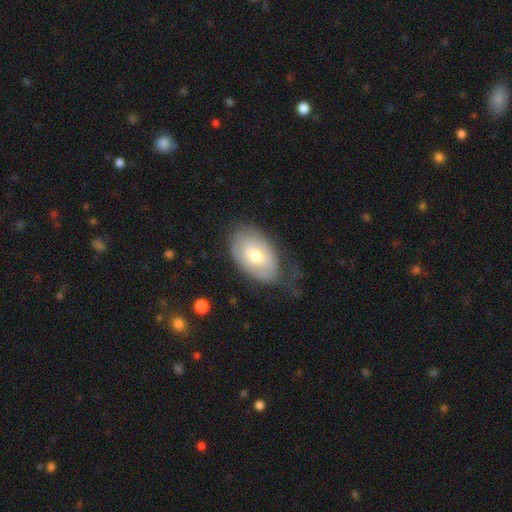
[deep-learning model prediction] A featured or disk galaxy (47%, tied with smooth).

Vote fractions:
- Smooth or featured? featured or disk: 47% (tied) / smooth: 47% (tied) / star or artifact: 6%
- Merging? none: 55% / minor disturbance: 28% / major disturbance: 15% / merger: 2%